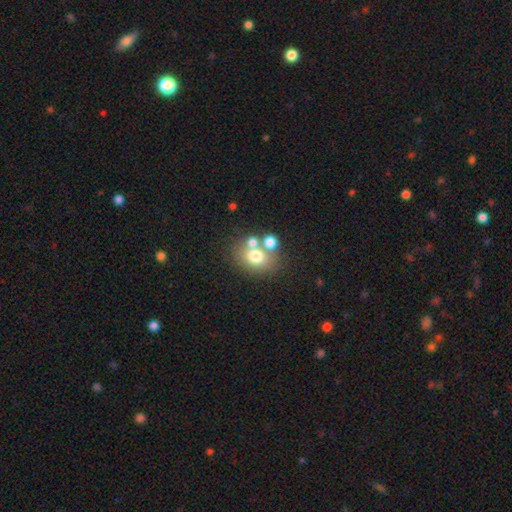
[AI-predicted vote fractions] smooth 69%, featured or disk 17%, star or artifact 14%. Down the decision tree: how rounded — round (57%); merging — none (51%).